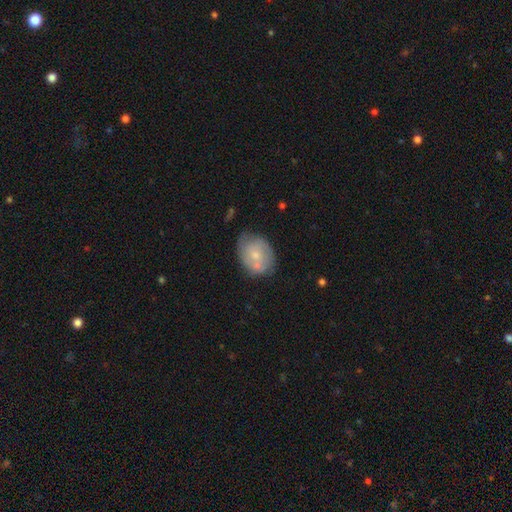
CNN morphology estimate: Smooth or featured? Predicted: smooth (p=0.52). How rounded? Predicted: in between (p=0.59). Merging? Predicted: none (p=0.53).